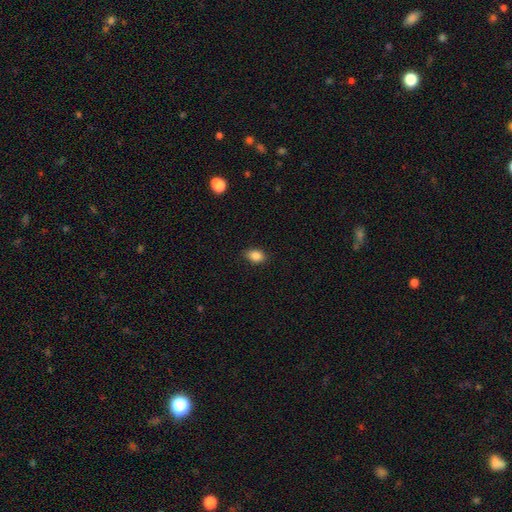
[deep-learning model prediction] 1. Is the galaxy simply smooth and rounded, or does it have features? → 87% smooth, 9% star or artifact, 4% featured or disk.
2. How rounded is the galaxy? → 79% in between, 20% round, 1% cigar-shaped.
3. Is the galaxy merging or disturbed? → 87% none, 10% minor disturbance, 2% major disturbance, 1% merger.